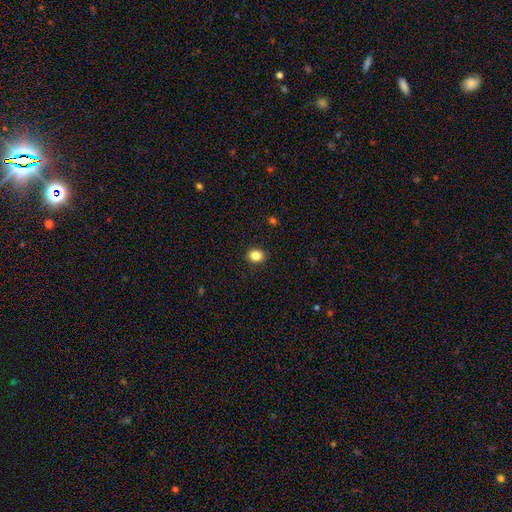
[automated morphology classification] smooth_or_featured: smooth (p=0.86) [alt: star or artifact p=0.10]
how_rounded: round (p=0.56) [alt: in between p=0.43]
merging: none (p=0.91) [alt: minor disturbance p=0.06]